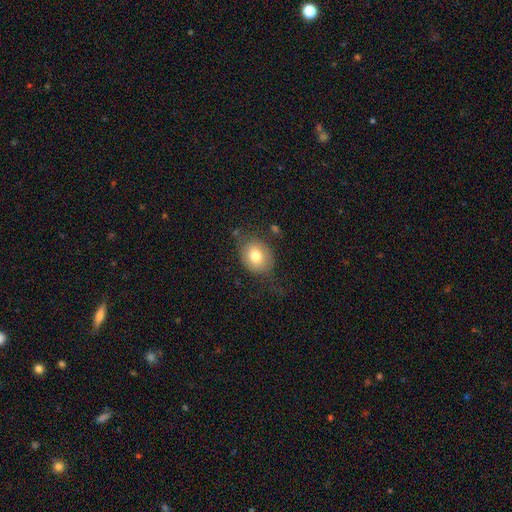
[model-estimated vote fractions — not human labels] smooth_or_featured: smooth (p=0.76) [alt: featured or disk p=0.15]
how_rounded: round (p=0.56) [alt: in between p=0.43]
merging: none (p=0.67) [alt: minor disturbance p=0.21]